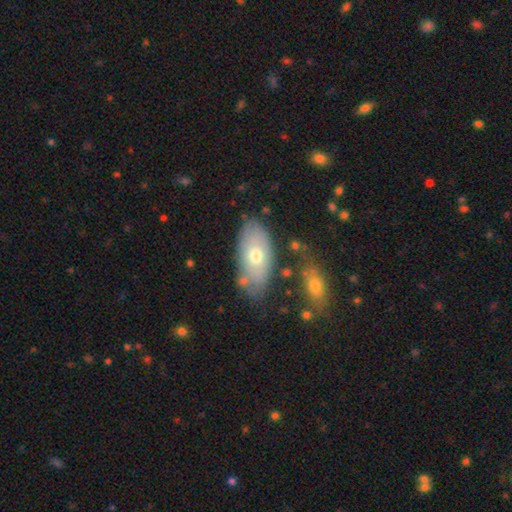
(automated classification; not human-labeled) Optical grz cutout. It shows a smooth galaxy with no disk features (59%) that is in between round and cigar-shaped (92%). Merging: none (70%).